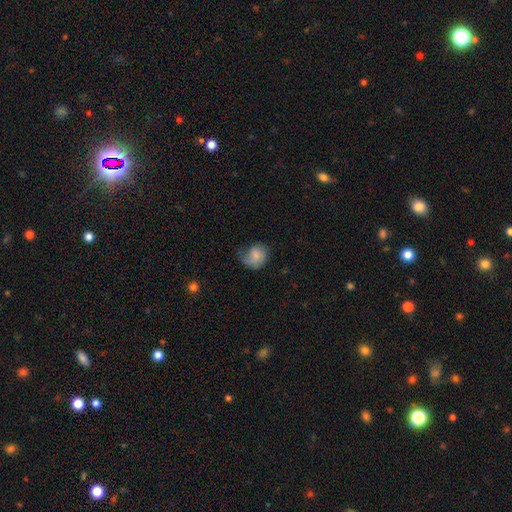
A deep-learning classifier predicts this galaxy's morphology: Smooth or featured?
  - smooth: 65% *
  - featured or disk: 27%
  - star or artifact: 8%
How rounded?
  - round: 64% *
  - in between: 35%
  - cigar-shaped: 1%
Merging?
  - none: 44% *
  - minor disturbance: 32%
  - major disturbance: 22%
  - merger: 2%